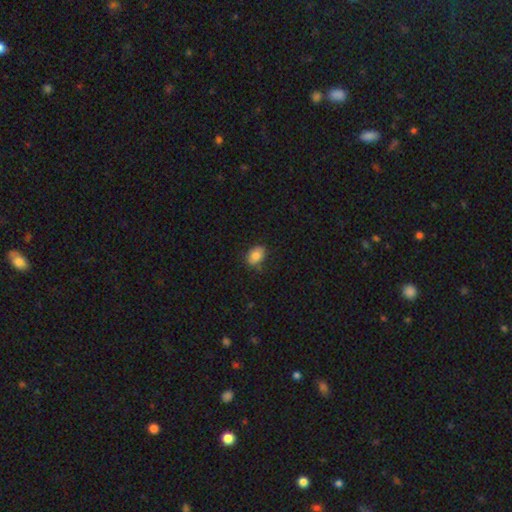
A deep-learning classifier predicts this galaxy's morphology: type=smooth (81%); roundness=in between (71%); merging=none (74%).